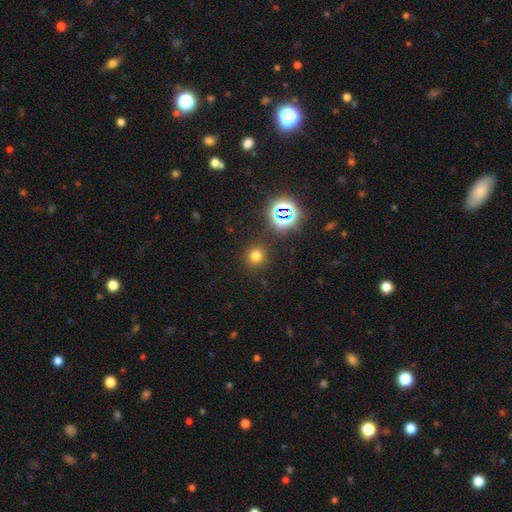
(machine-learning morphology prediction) A smooth galaxy with no disk features (69%) that is round (89%). Merging: none (86%).